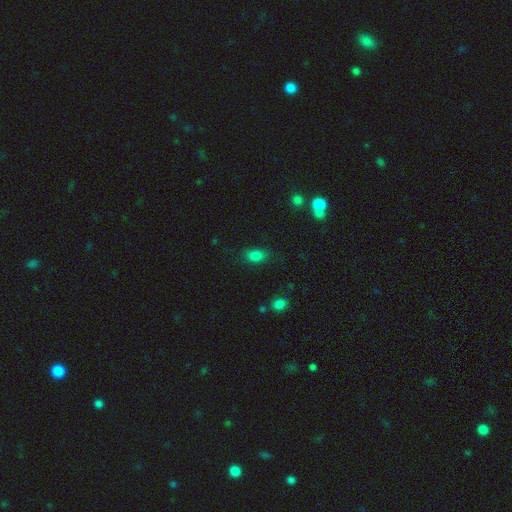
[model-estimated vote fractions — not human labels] smooth-or-featured: smooth: 82% | star or artifact: 12% | featured or disk: 6%
  how-rounded: in between: 83% | round: 14% | cigar-shaped: 3%
  merging: none: 79% | minor disturbance: 15% | major disturbance: 4% | merger: 2%